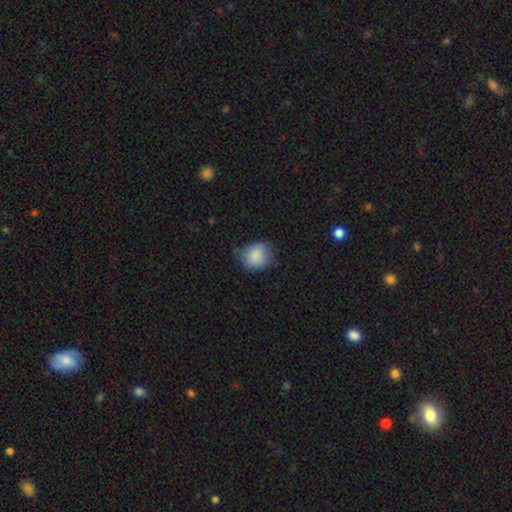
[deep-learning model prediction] This is clearly a smooth galaxy (85%). How rounded: likely round (69%). Merging: likely none (66%).